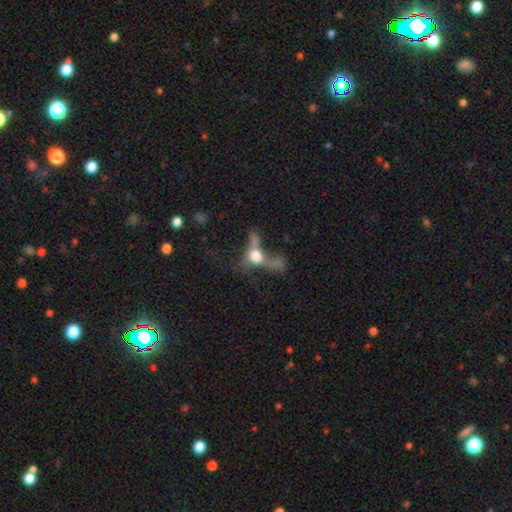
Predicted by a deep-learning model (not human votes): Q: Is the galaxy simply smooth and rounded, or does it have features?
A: smooth — 47%.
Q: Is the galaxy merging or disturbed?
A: major disturbance — 39%.